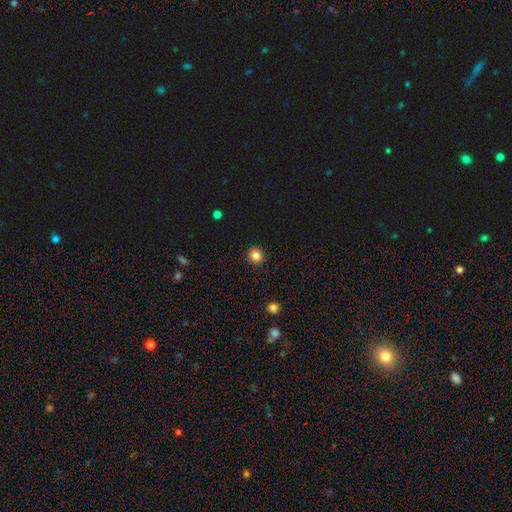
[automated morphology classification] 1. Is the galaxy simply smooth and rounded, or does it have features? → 84% smooth, 12% star or artifact, 4% featured or disk.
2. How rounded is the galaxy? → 89% round, 10% in between, 1% cigar-shaped.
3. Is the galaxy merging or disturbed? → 92% none, 5% minor disturbance, 2% major disturbance, 1% merger.